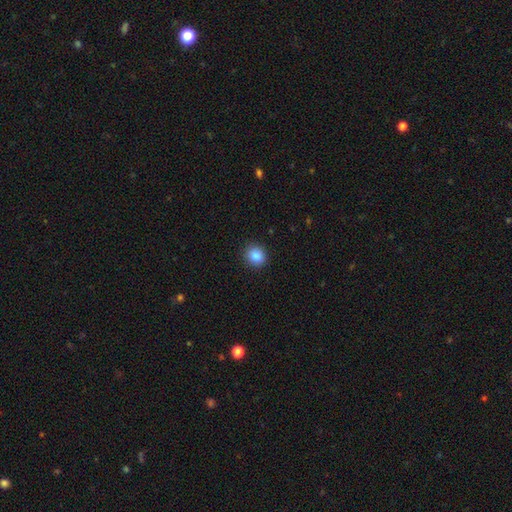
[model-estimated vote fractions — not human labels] Smooth or featured?
  - smooth: 87% *
  - star or artifact: 9%
  - featured or disk: 4%
How rounded?
  - round: 82% *
  - in between: 17%
  - cigar-shaped: 1%
Merging?
  - none: 90% *
  - minor disturbance: 7%
  - major disturbance: 2%
  - merger: 1%